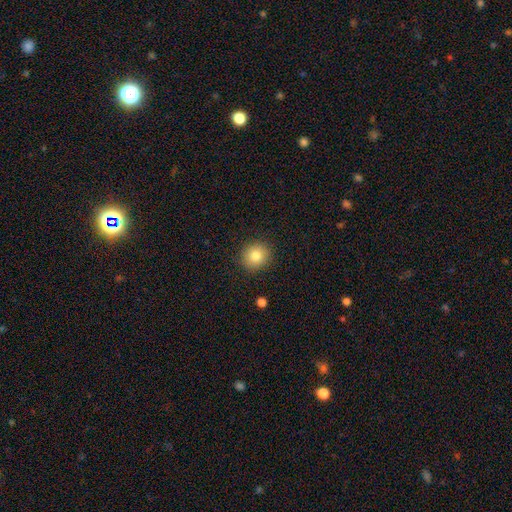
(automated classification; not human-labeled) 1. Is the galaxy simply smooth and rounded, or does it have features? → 82% smooth, 10% star or artifact, 8% featured or disk.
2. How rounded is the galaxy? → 87% round, 13% in between, 1% cigar-shaped.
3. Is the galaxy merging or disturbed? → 90% none, 7% minor disturbance, 2% major disturbance, 1% merger.